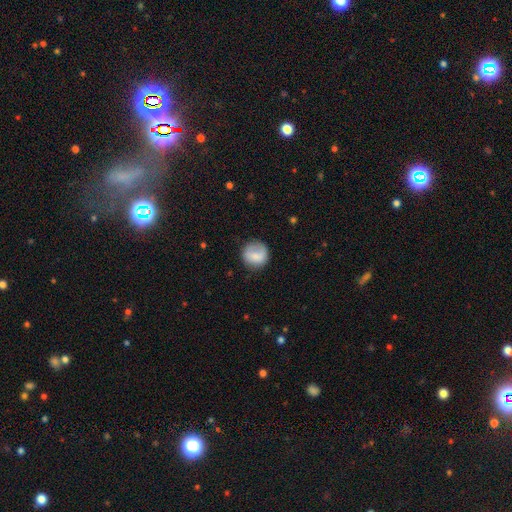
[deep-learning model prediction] This is likely a smooth galaxy (78%). How rounded: clearly round (90%). Merging: likely none (73%).